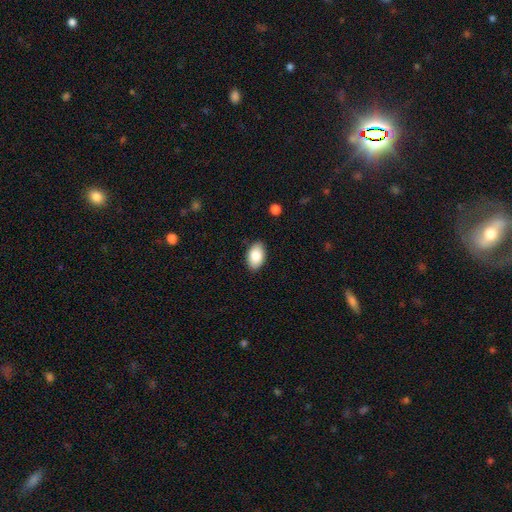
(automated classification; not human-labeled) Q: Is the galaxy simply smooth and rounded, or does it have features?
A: smooth — 86%.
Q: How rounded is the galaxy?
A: in between — 93%.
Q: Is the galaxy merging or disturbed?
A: none — 87%.